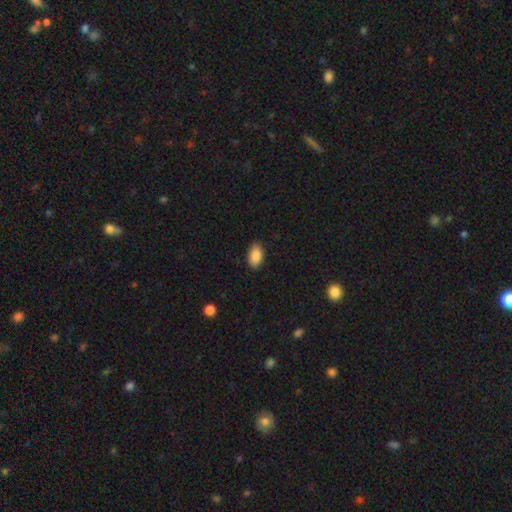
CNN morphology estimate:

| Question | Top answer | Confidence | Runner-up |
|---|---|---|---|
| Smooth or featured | smooth | 88% | star or artifact (7%) |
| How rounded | in between | 93% | round (5%) |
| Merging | none | 87% | minor disturbance (10%) |